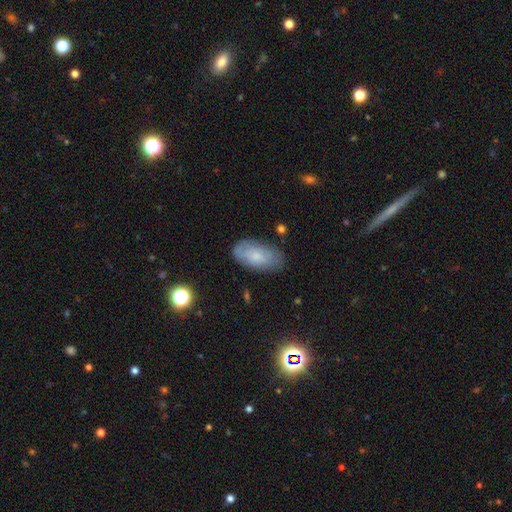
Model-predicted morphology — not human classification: The model was most divided on "smooth or featured": smooth: 63%, featured or disk: 29%, star or artifact: 8%. More confident: how rounded — in between (93%); merging — none (75%).